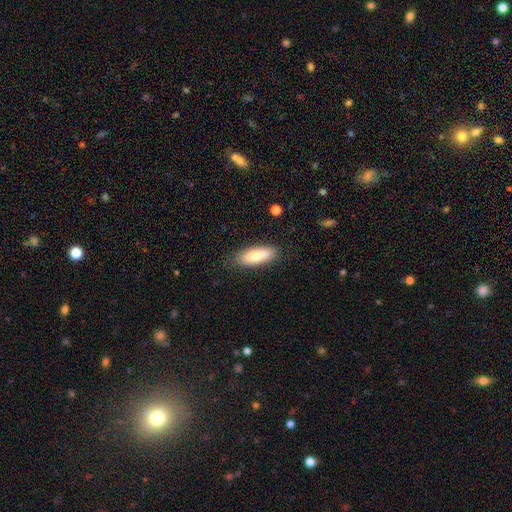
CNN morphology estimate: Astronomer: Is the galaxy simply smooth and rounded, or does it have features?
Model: smooth — 72%.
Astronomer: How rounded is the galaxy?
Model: in between — 69%.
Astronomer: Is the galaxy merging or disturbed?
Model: none — 80%.